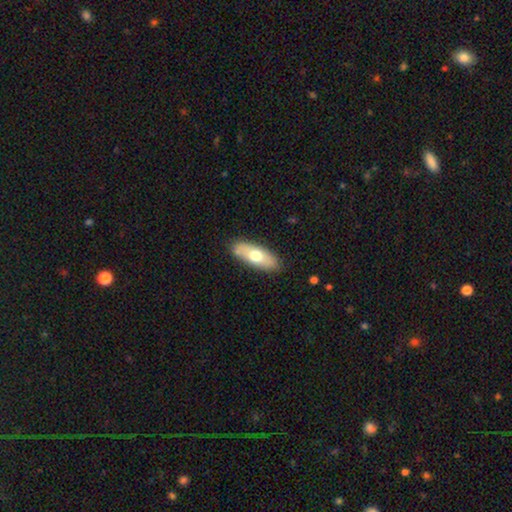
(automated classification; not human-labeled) Smooth or featured?
  - smooth: 63% *
  - featured or disk: 31%
  - star or artifact: 6%
How rounded?
  - in between: 75% *
  - cigar-shaped: 22%
  - round: 3%
Merging?
  - none: 83% *
  - minor disturbance: 12%
  - major disturbance: 2%
  - merger: 2%